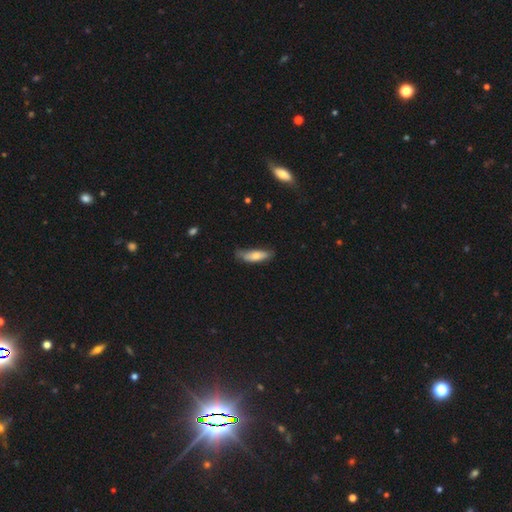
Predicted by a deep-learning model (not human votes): This is likely a smooth galaxy (73%). How rounded: possibly cigar-shaped (50%). Merging: possibly none (60%).